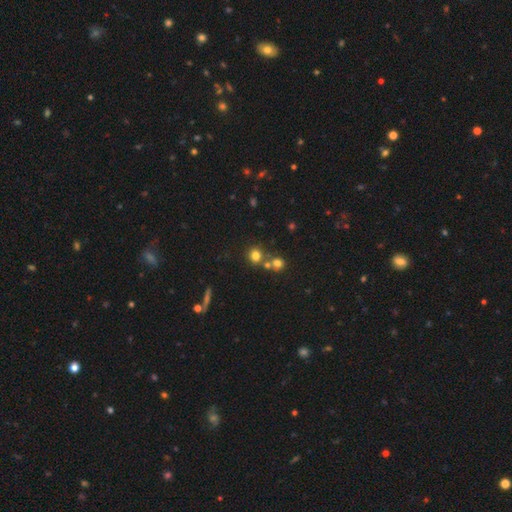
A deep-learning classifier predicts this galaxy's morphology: Smooth or featured? Predicted: smooth (p=0.74). How rounded? Predicted: round (p=0.86). Merging? Predicted: none (p=0.62).